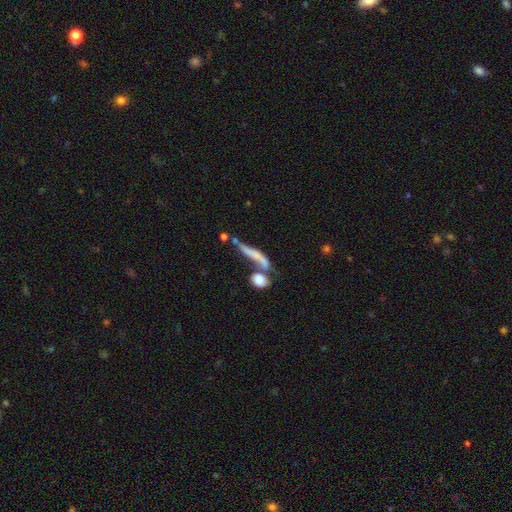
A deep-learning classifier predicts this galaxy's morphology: smooth-or-featured: smooth: 50% | featured or disk: 40% | star or artifact: 10%
  merging: none: 36% (tied) | merger: 36% (tied) | minor disturbance: 15% | major disturbance: 13%